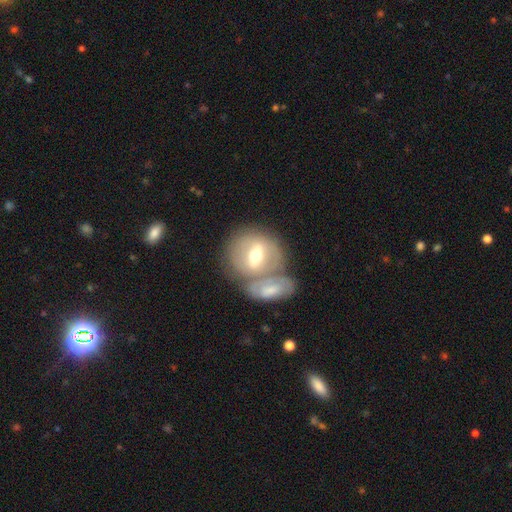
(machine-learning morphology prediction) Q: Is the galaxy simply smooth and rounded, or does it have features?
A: featured or disk — 53%.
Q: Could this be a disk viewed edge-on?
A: no — 88%.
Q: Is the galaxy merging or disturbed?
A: merger — 44%.